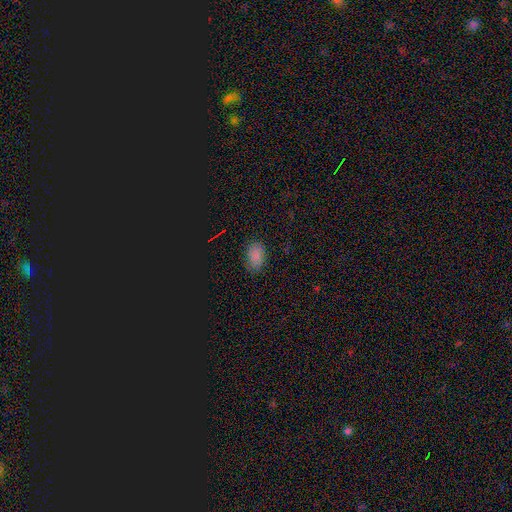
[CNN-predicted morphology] Smooth or featured? smooth (80%)
How rounded? in between (88%)
Merging? none (80%)